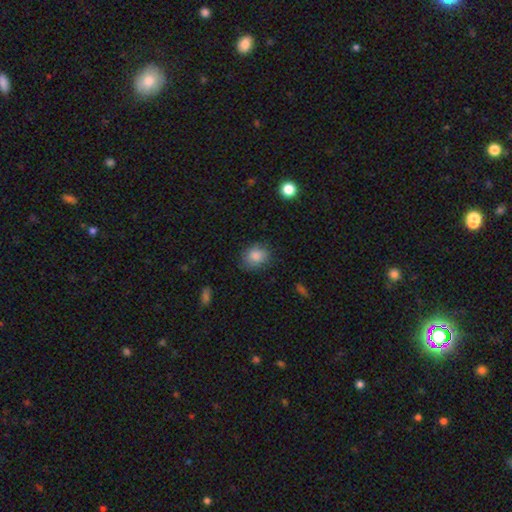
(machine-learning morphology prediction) smooth 86%, star or artifact 9%, featured or disk 6%. Down the decision tree: how rounded — round (54%); merging — none (77%).